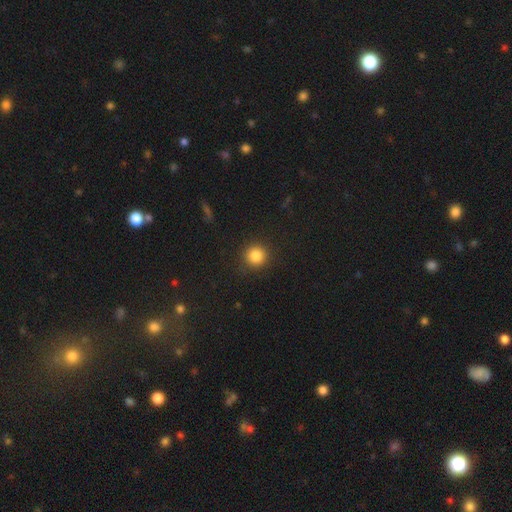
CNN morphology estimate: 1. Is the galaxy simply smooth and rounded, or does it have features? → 85% smooth, 11% star or artifact, 4% featured or disk.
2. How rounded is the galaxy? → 94% round, 5% in between, 1% cigar-shaped.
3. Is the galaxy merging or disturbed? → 91% none, 6% minor disturbance, 2% major disturbance, 1% merger.